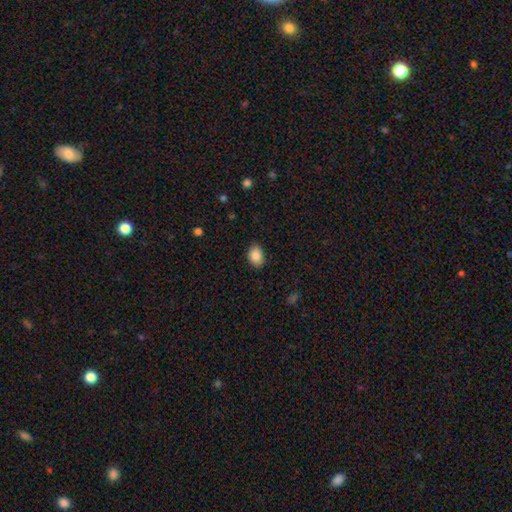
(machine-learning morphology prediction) A smooth galaxy with no disk features (89%) that is in between round and cigar-shaped (74%). Merging: none (85%).